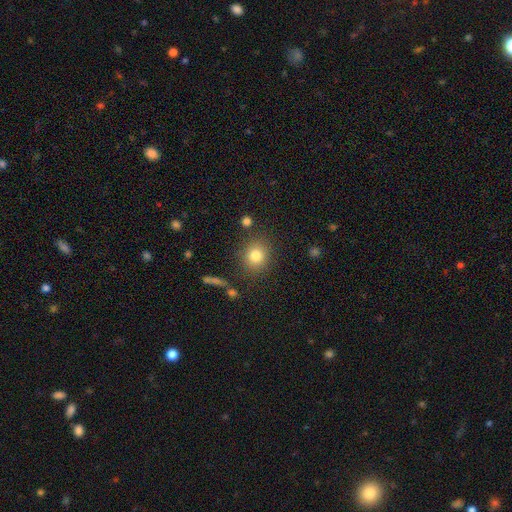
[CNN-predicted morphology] Smooth or featured: smooth — 81% (star or artifact — 12%)
How rounded: round — 82% (in between — 17%)
Merging: none — 85% (minor disturbance — 9%)